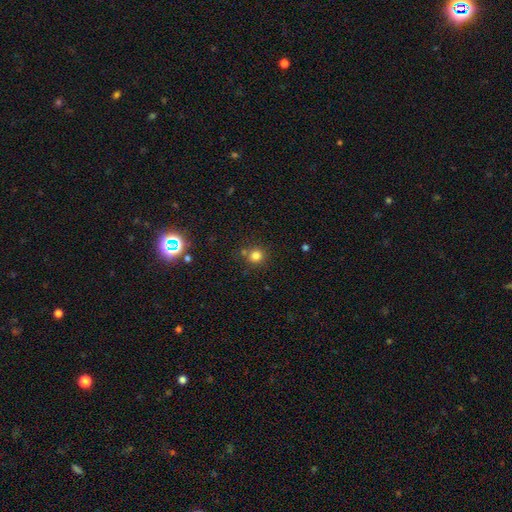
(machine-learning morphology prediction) Overall: smooth (79%). How rounded: round (90%). Merging: none (75%).